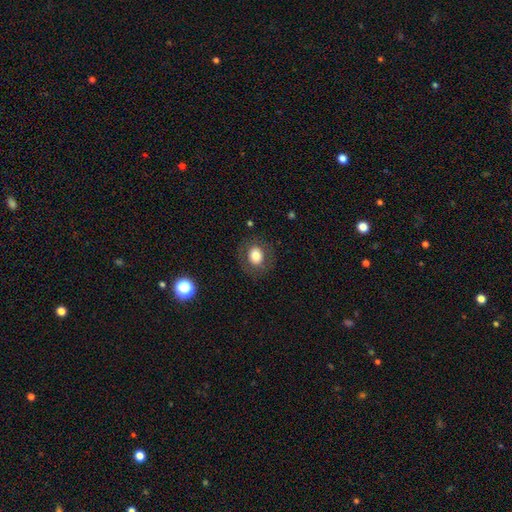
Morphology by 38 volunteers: This appears to be a smooth galaxy with no disk features (68%) that is round (81%). Merging: none (86%).